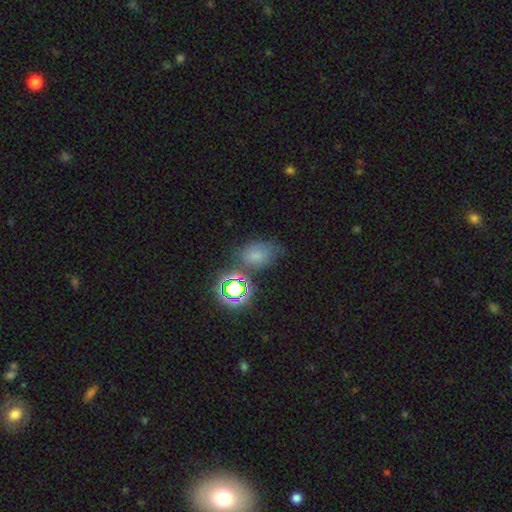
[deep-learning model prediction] smooth 63%, star or artifact 25%, featured or disk 11%. Down the decision tree: how rounded — in between (69%); merging — none (56%).